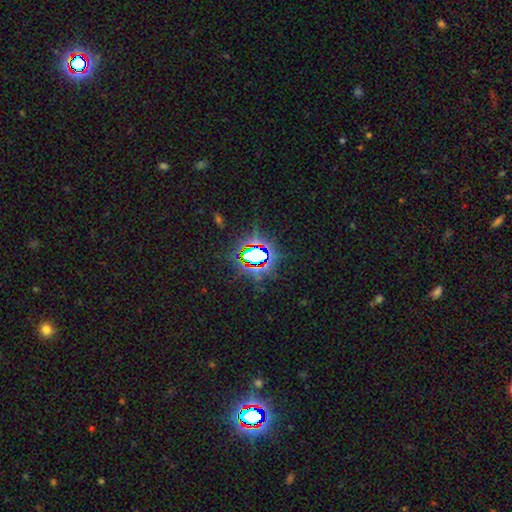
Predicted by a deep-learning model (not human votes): smooth-or-featured: star or artifact: 76% | smooth: 14% | featured or disk: 10%